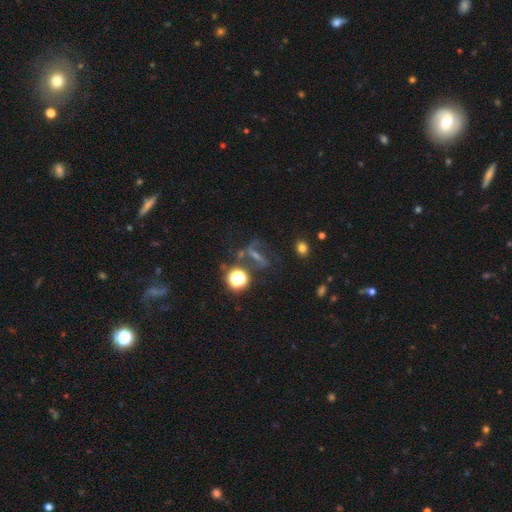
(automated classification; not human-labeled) Smooth or featured: star or artifact — 40% (featured or disk — 38%)